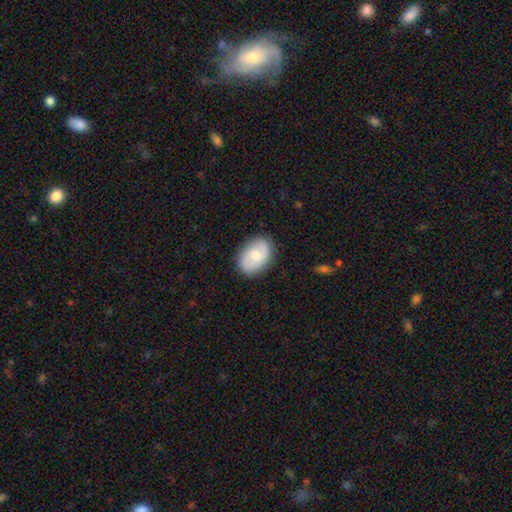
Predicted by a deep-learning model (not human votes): This appears to be a smooth galaxy with no disk features (66%) that is in between round and cigar-shaped (83%). Merging: none (84%).